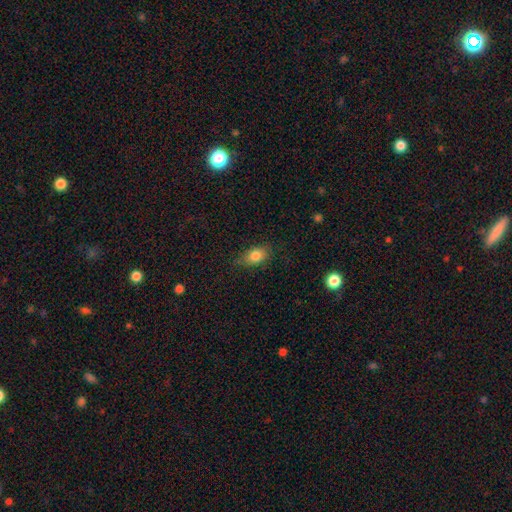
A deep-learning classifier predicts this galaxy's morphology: The model was most divided on "merging": none: 76%, minor disturbance: 19%, major disturbance: 4%, merger: 1%. More confident: smooth or featured — smooth (83%); how rounded — in between (82%).